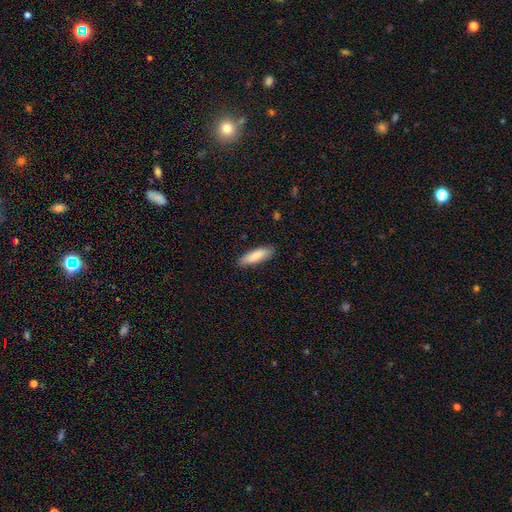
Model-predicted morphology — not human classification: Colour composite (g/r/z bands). It shows a smooth galaxy with no disk features (85%) that is cigar-shaped (54%). Merging: none (86%).